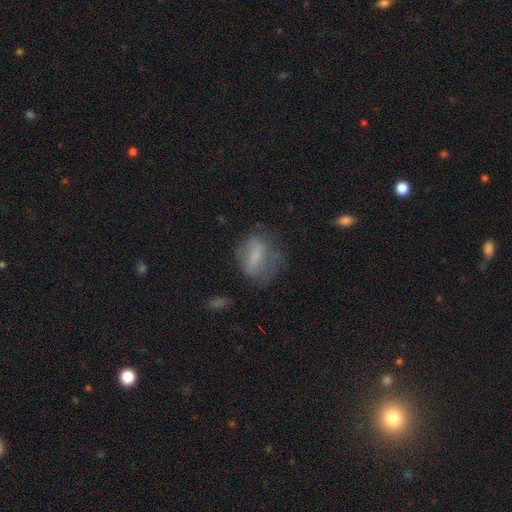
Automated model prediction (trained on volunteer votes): Smooth or featured?
  - smooth: 58% *
  - featured or disk: 31%
  - star or artifact: 11%
How rounded?
  - in between: 65% *
  - round: 22%
  - cigar-shaped: 13%
Merging?
  - none: 52% *
  - minor disturbance: 25%
  - major disturbance: 20%
  - merger: 2%